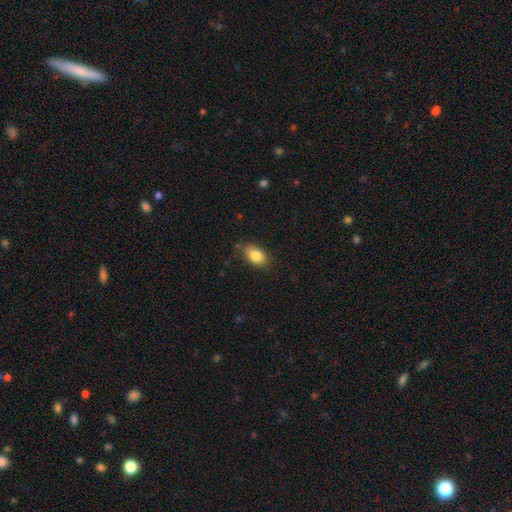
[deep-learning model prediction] Overall: smooth (83%). How rounded: in between (87%). Merging: none (76%).